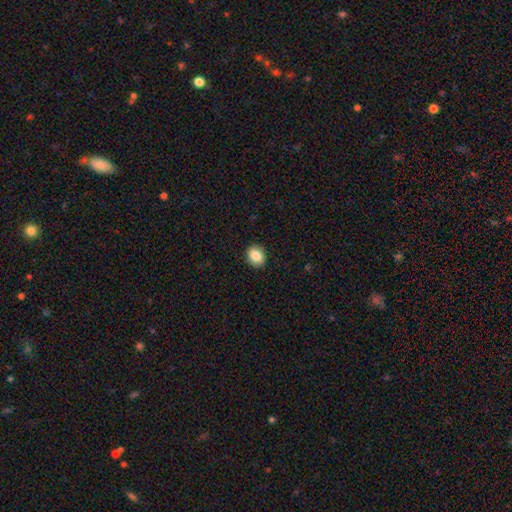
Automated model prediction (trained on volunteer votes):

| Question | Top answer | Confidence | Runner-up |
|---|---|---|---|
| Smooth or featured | smooth | 85% | star or artifact (9%) |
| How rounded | round | 62% | in between (38%) |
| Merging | none | 90% | minor disturbance (7%) |